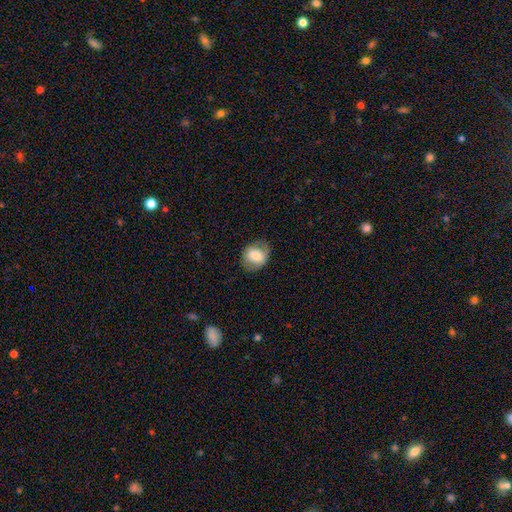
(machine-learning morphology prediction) Smooth or featured: smooth — 71% (featured or disk — 22%)
How rounded: round — 52% (in between — 47%)
Merging: none — 75% (minor disturbance — 17%)